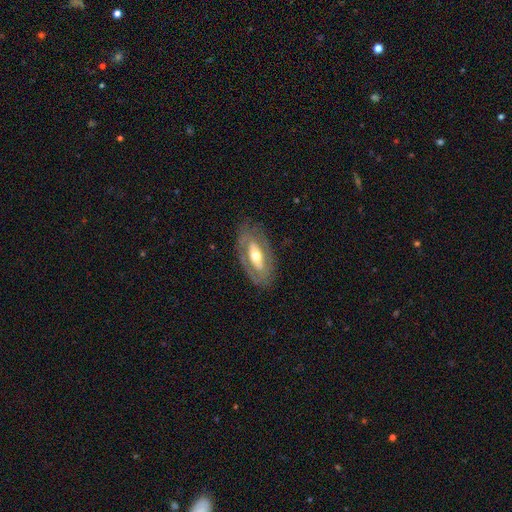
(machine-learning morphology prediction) featured or disk 64%, smooth 31%, star or artifact 6%. Down the decision tree: edge-on disk — no (84%); bar — no (57%); spiral arms — no (67%); bulge size — moderate (65%); merging — none (77%).